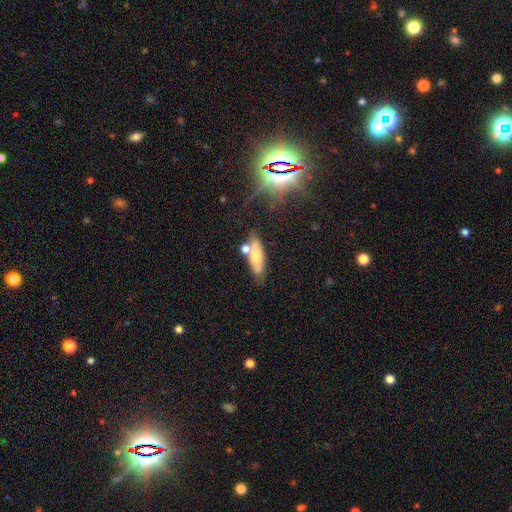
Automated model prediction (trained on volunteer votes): Overall: smooth (61%; featured or disk 29%). How rounded: in between (62%; cigar-shaped 35%). Merging: none (58%; merger 19%).